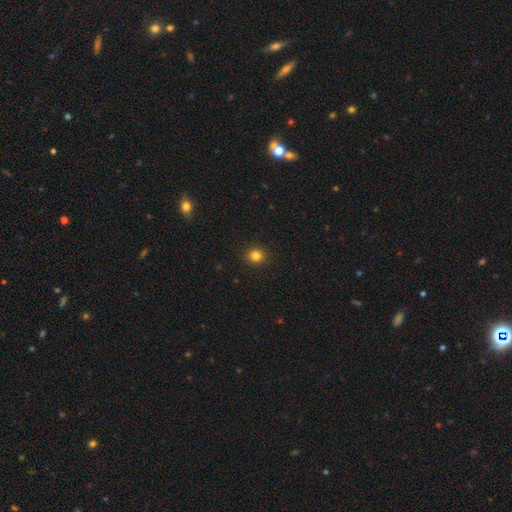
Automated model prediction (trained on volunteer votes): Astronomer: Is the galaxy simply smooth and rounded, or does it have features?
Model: smooth — 83%.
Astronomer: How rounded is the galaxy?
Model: round — 88%.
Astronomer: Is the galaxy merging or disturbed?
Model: none — 92%.